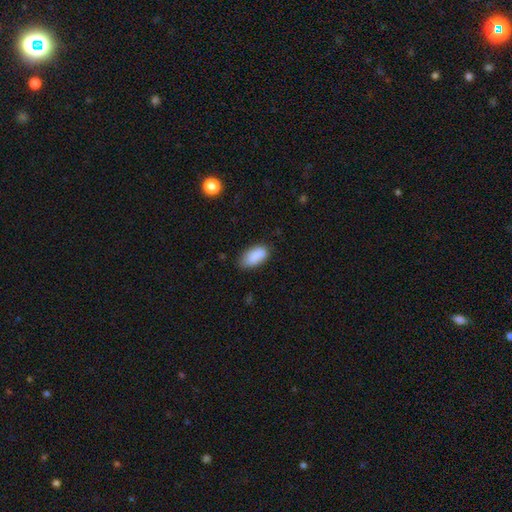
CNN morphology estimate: Smooth or featured? Predicted: smooth (p=0.88). How rounded? Predicted: in between (p=0.93). Merging? Predicted: none (p=0.69).